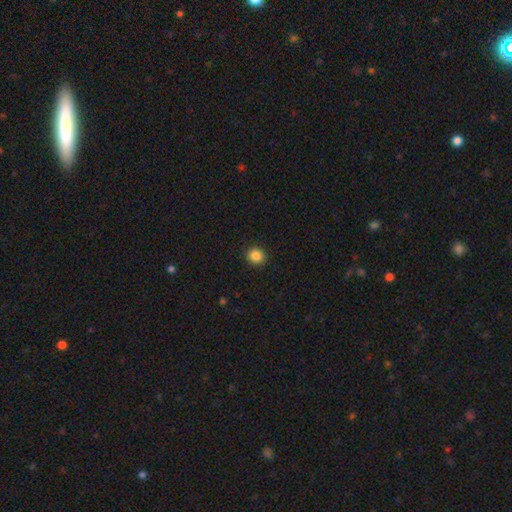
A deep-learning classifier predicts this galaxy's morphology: type=smooth (87%); roundness=round (85%); merging=none (91%).